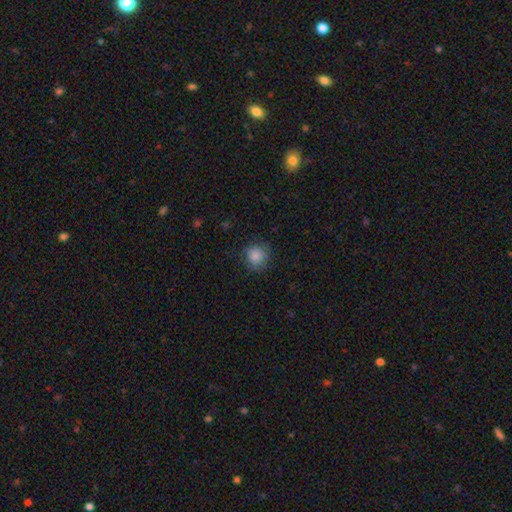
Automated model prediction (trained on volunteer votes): Smooth or featured: smooth — 86% (star or artifact — 10%)
How rounded: round — 89% (in between — 10%)
Merging: none — 78% (minor disturbance — 16%)